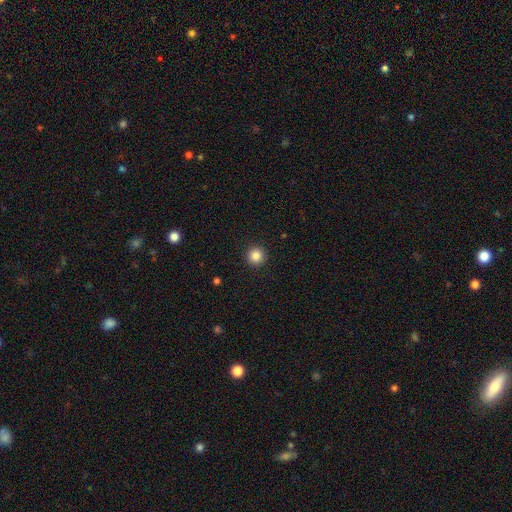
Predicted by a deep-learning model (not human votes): Morphology: type=smooth (86%); roundness=round (96%); merging=none (93%).